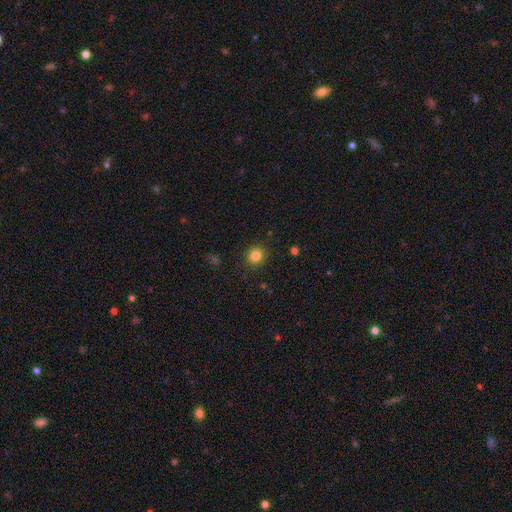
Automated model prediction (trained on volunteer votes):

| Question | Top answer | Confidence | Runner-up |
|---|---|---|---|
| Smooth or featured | smooth | 83% | star or artifact (11%) |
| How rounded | round | 85% | in between (14%) |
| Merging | none | 90% | minor disturbance (7%) |